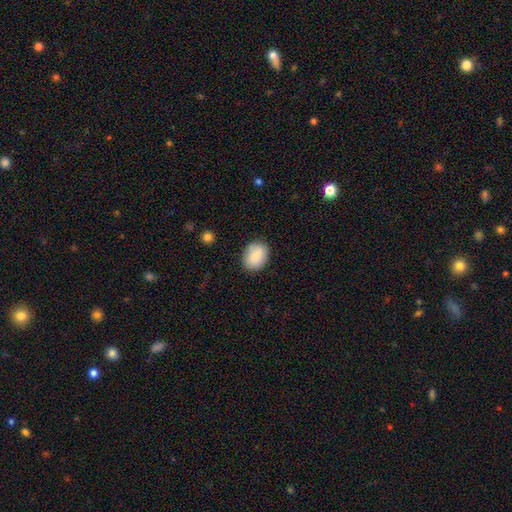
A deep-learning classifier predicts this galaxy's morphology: Smooth or featured? smooth (84%)
How rounded? in between (61%)
Merging? none (82%)